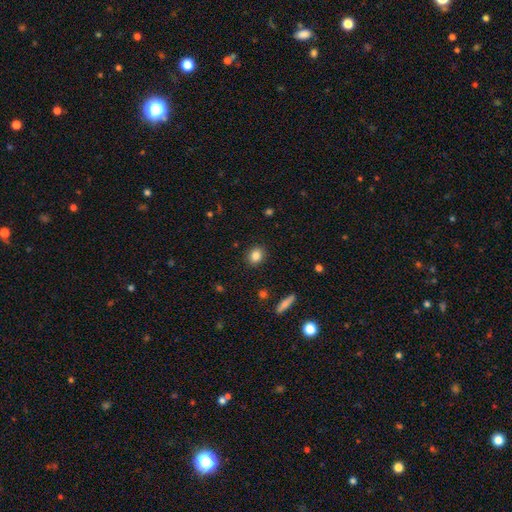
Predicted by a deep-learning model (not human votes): This is clearly a smooth galaxy (84%). How rounded: likely round (61%). Merging: clearly none (89%).